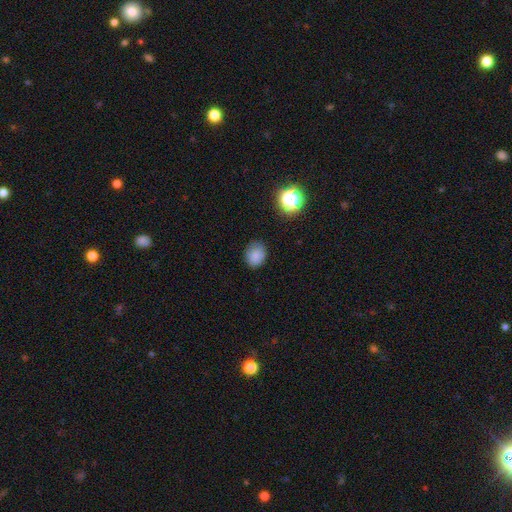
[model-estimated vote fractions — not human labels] A smooth galaxy with no disk features (82%) that is round (53%). Merging: none (78%).